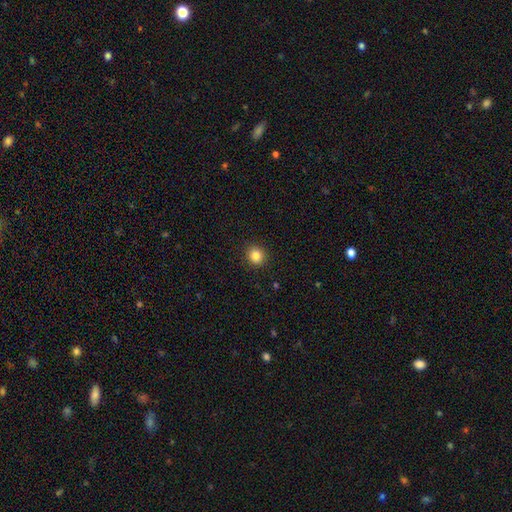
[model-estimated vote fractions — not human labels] Overall: smooth (85%). How rounded: round (88%). Merging: none (92%).